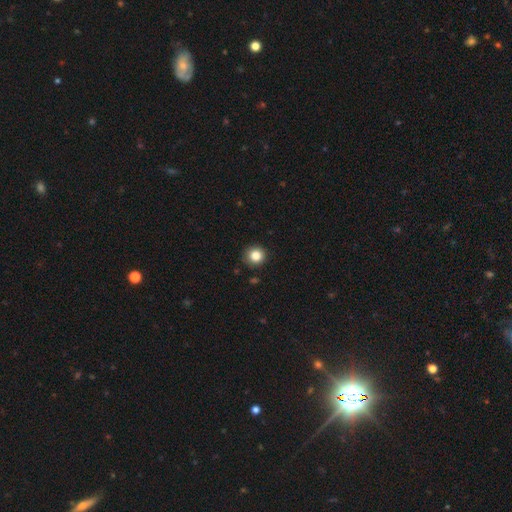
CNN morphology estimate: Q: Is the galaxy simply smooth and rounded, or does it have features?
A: smooth — 84%.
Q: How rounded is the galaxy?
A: round — 92%.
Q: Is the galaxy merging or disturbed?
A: none — 90%.